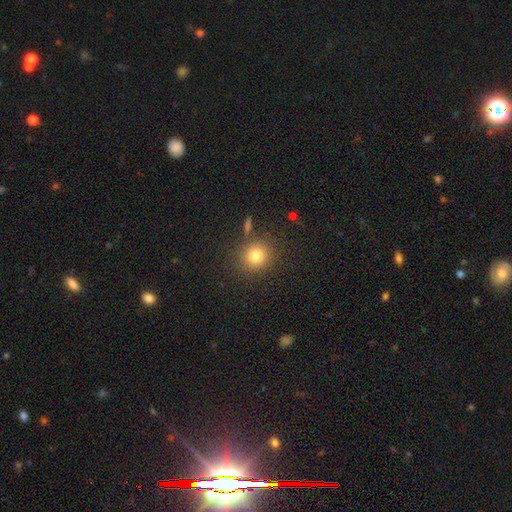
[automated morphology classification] A smooth galaxy with no disk features (80%) that is round (86%). Merging: none (83%).